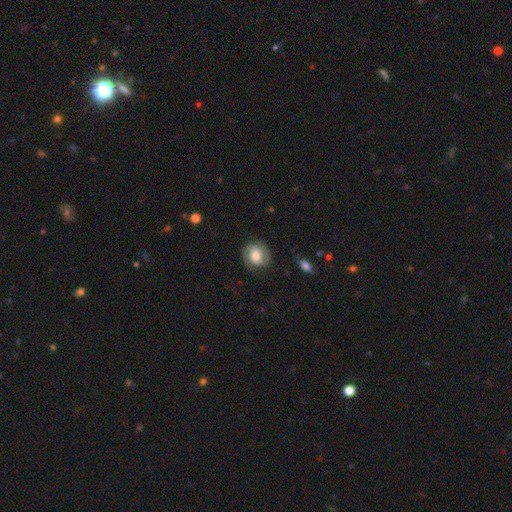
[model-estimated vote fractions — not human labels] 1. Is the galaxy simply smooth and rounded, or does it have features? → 46% featured or disk (tied), 46% smooth (tied), 8% star or artifact.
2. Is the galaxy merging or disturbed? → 76% none, 16% minor disturbance, 7% major disturbance, 1% merger.